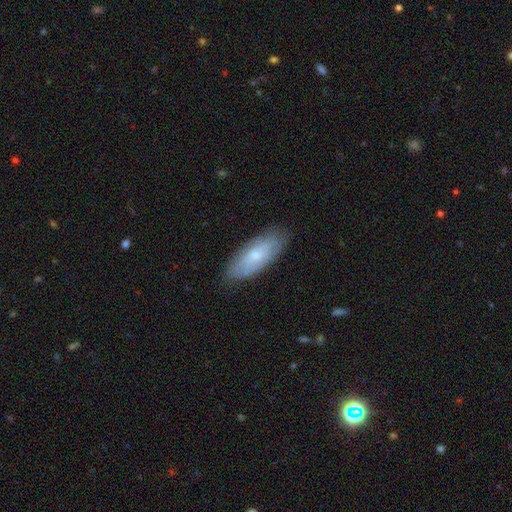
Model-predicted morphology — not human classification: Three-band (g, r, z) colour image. It shows a smooth galaxy with no disk features (50%) that is in between round and cigar-shaped (73%). Merging: none (81%).